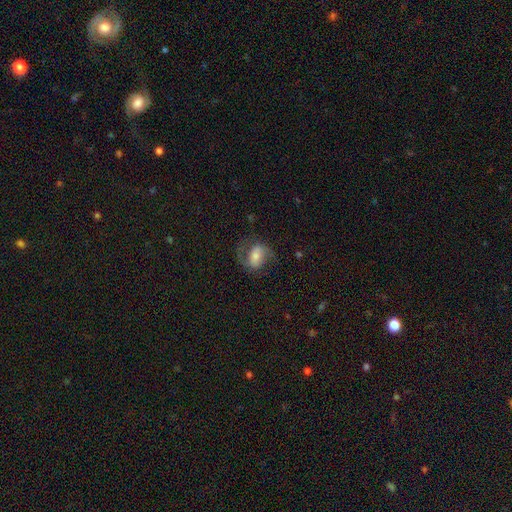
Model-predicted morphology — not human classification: smooth_or_featured: featured or disk (p=0.58) [alt: smooth p=0.33]
disk_edge_on: no (p=0.96) [alt: yes p=0.04]
bar: weak (p=0.38) [alt: no p=0.31]
has_spiral_arms: yes (p=0.87) [alt: no p=0.13]
bulge_size: moderate (p=0.46) [alt: small p=0.31]
merging: none (p=0.64) [alt: minor disturbance p=0.18]